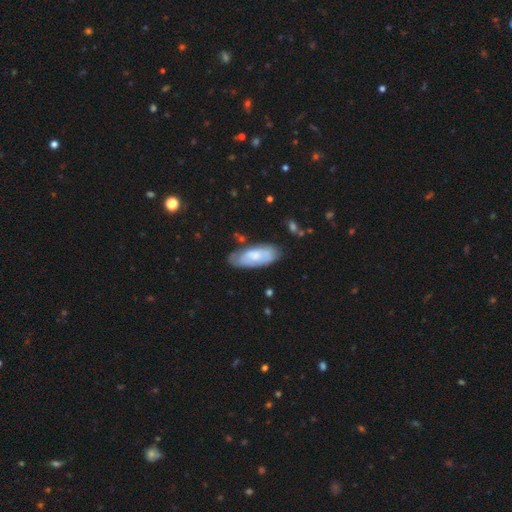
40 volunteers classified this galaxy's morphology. Smooth or featured? smooth (50%)
How rounded? in between (95%)
Merging? none (77%)